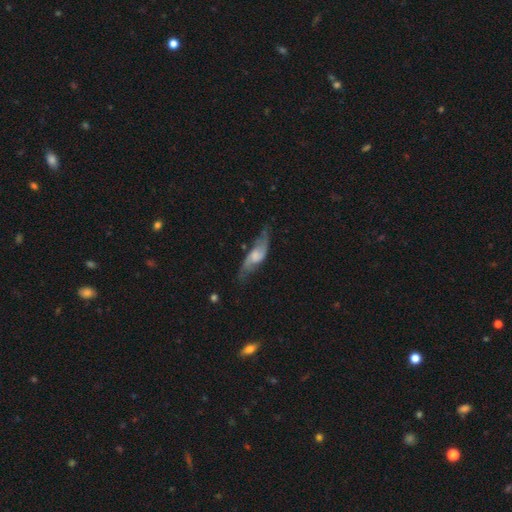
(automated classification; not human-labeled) Smooth or featured? featured or disk (70%)
Edge-on disk? no (82%)
Bar? no (53%)
Spiral arms? yes (90%)
Spiral winding? loose (54%)
Spiral arm count? 2 (85%)
Bulge size? moderate (41%)
Merging? none (61%)